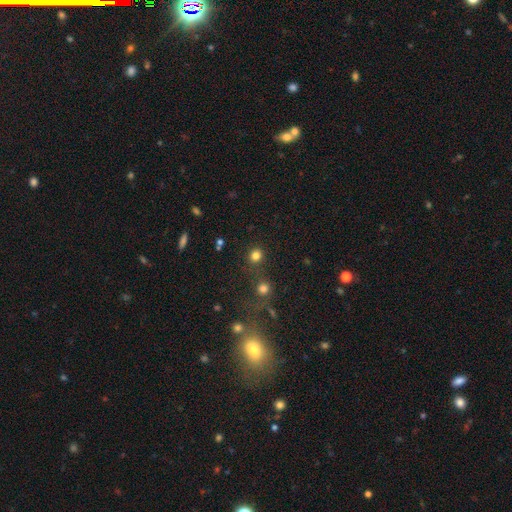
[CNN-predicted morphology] smooth-or-featured: smooth: 78% | star or artifact: 17% | featured or disk: 5%
  how-rounded: round: 89% | in between: 10% | cigar-shaped: 1%
  merging: none: 80% | merger: 9% | minor disturbance: 8% | major disturbance: 4%